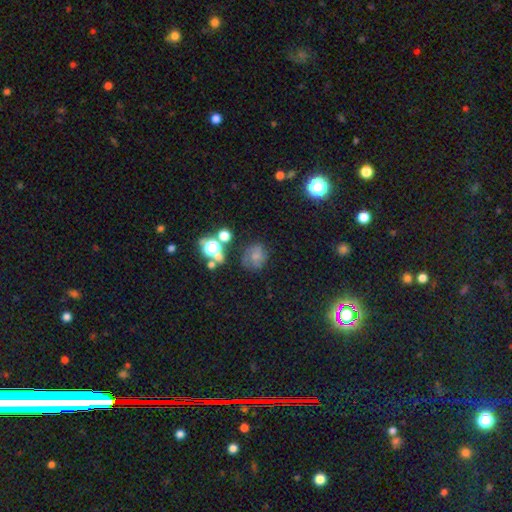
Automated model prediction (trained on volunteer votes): This is possibly a smooth galaxy (48%). Merging: possibly none (55%).